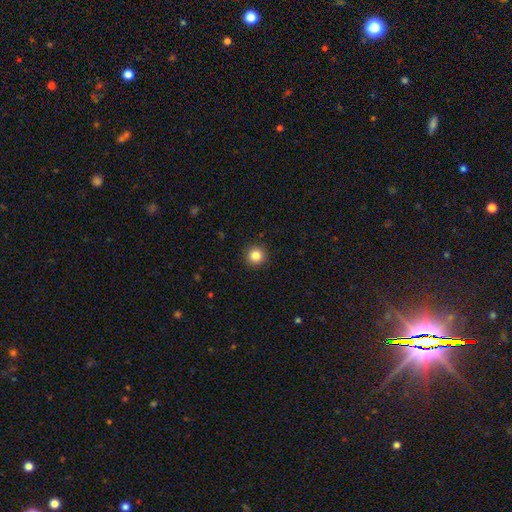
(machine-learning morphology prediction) This appears to be a smooth galaxy with no disk features (84%) that is round (95%). Merging: none (93%).